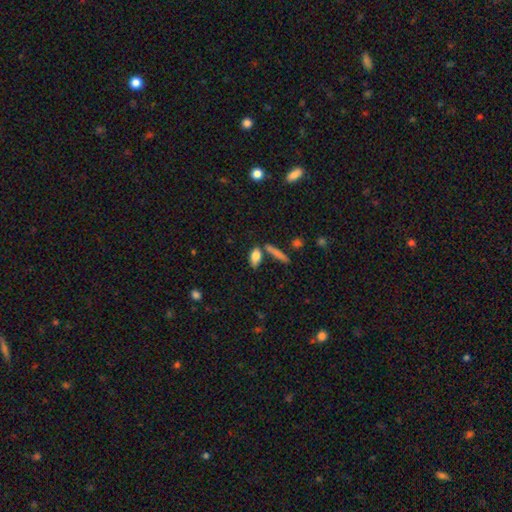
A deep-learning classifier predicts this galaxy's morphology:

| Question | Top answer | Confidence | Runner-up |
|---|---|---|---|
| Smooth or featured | smooth | 80% | featured or disk (12%) |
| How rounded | in between | 74% | cigar-shaped (20%) |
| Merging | none | 62% | merger (18%) |